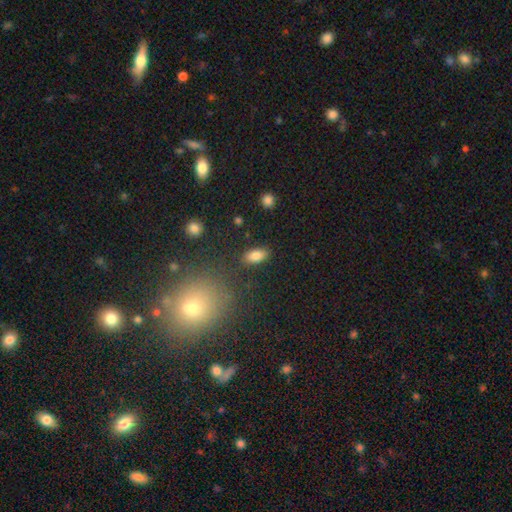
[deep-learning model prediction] Q: Smooth or featured?
A: smooth (84%); runner-up: star or artifact (9%)
Q: How rounded?
A: in between (90%); runner-up: cigar-shaped (6%)
Q: Merging?
A: none (86%); runner-up: minor disturbance (9%)